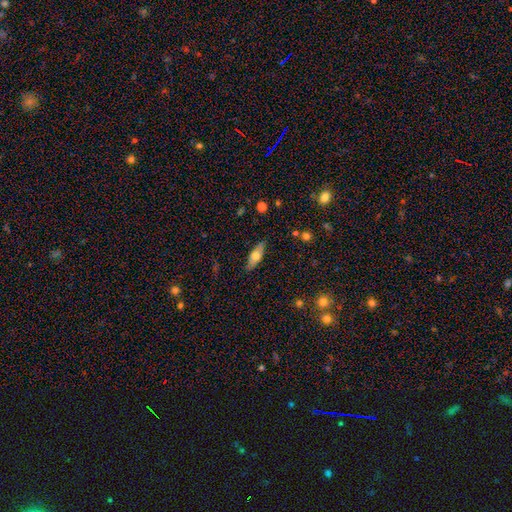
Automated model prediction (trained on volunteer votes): smooth_or_featured: smooth (p=0.59) [alt: featured or disk p=0.35]
how_rounded: in between (p=0.60) [alt: cigar-shaped p=0.37]
merging: none (p=0.86) [alt: minor disturbance p=0.11]